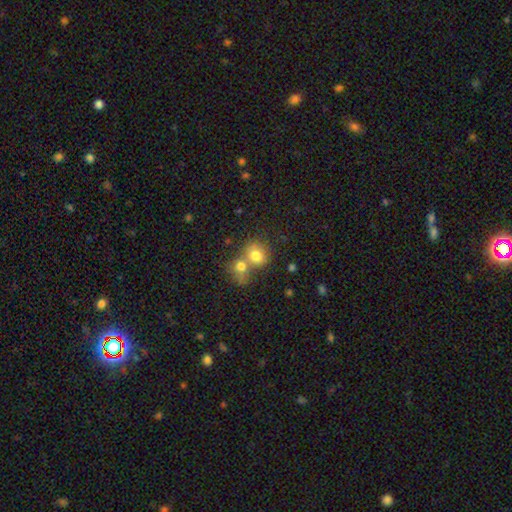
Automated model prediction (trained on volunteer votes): A smooth galaxy with no disk features (76%) that is round (68%). Merging: merger (59%).